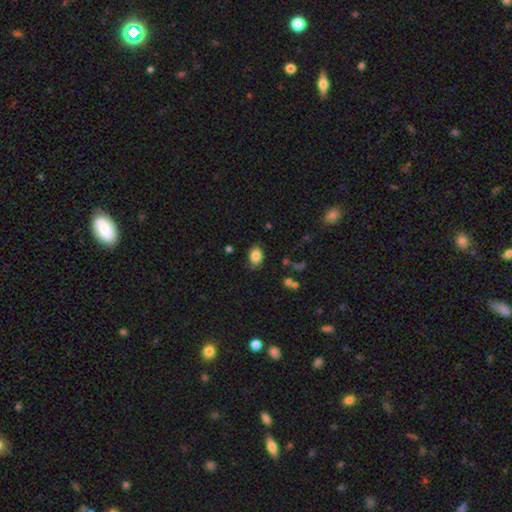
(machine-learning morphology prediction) A smooth galaxy with no disk features (85%) that is in between round and cigar-shaped (76%).

Vote fractions:
- Smooth or featured? smooth: 85% / star or artifact: 9% / featured or disk: 6%
- How rounded? in between: 76% / round: 23% / cigar-shaped: 1%
- Merging? none: 81% / minor disturbance: 14% / major disturbance: 3% / merger: 2%